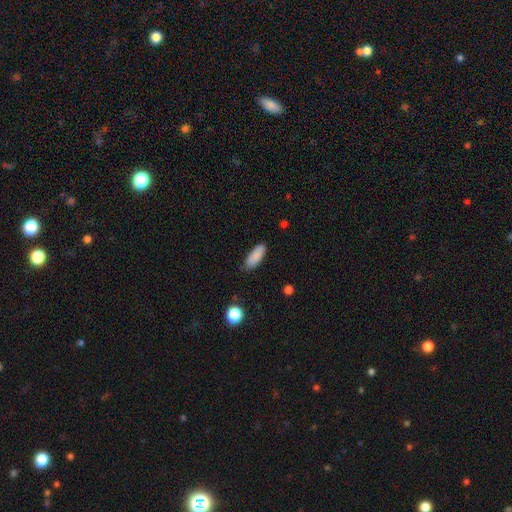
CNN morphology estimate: Smooth or featured: smooth — 87% (star or artifact — 7%)
How rounded: in between — 75% (cigar-shaped — 23%)
Merging: none — 78% (minor disturbance — 17%)